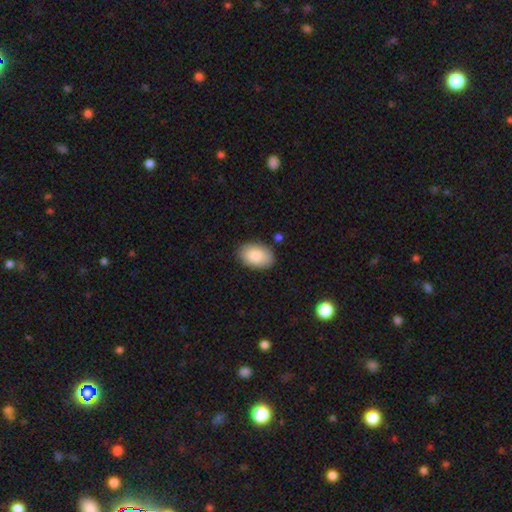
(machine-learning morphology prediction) Smooth or featured? smooth (86%)
How rounded? in between (91%)
Merging? none (85%)